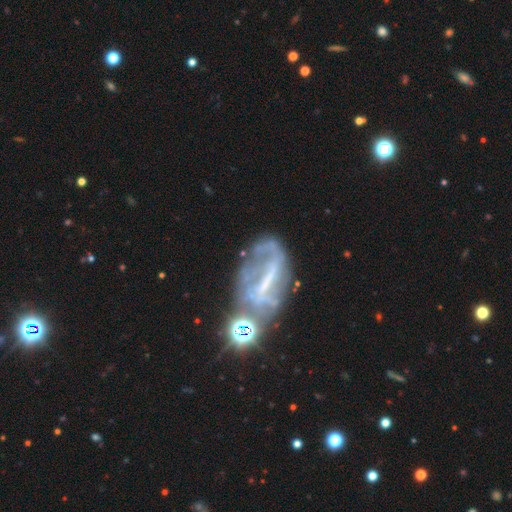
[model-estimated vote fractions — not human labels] Smooth or featured: featured or disk — 65% (star or artifact — 18%)
Edge-on disk: no — 87% (yes — 13%)
Bar: strong — 48% (weak — 26%)
Spiral arms: yes — 53% (no — 47%)
Bulge size: none — 45% (small — 39%)
Merging: none — 38% (major disturbance — 23%)